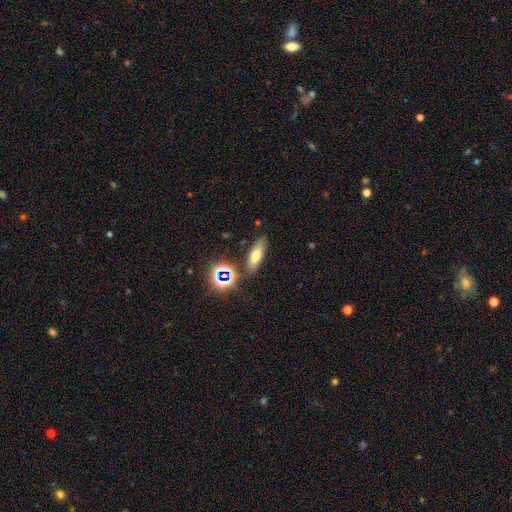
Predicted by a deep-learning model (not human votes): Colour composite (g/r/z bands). It shows a smooth galaxy with no disk features (61%) that is in between round and cigar-shaped (54%). Merging: none (81%).